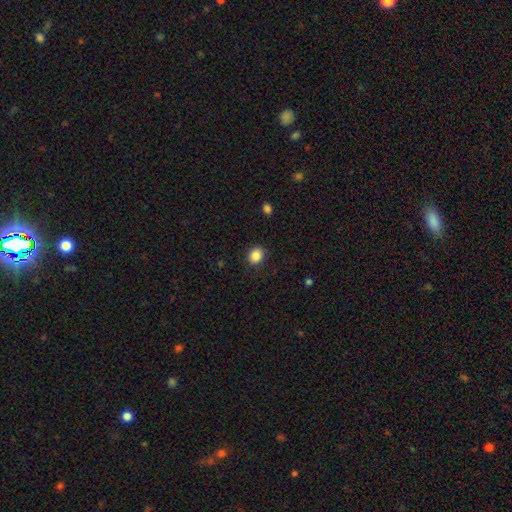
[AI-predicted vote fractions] Smooth or featured?
  - smooth: 86% *
  - star or artifact: 10%
  - featured or disk: 5%
How rounded?
  - round: 66% *
  - in between: 33%
  - cigar-shaped: 1%
Merging?
  - none: 88% *
  - minor disturbance: 9%
  - major disturbance: 3%
  - merger: 1%